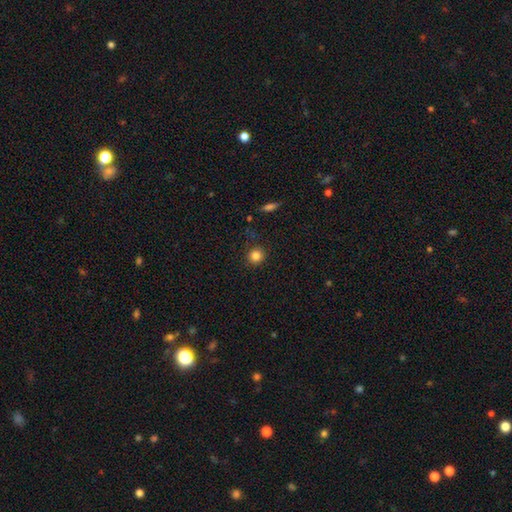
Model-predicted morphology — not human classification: The model was most divided on "smooth or featured": smooth: 83%, star or artifact: 12%, featured or disk: 5%. More confident: how rounded — round (91%); merging — none (86%).